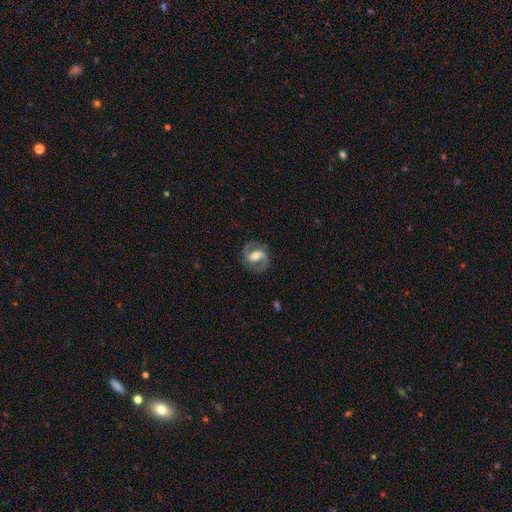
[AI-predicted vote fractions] Smooth or featured? Predicted: featured or disk (p=0.81). Edge-on disk? Predicted: no (p=0.97). Bar? Predicted: weak (p=0.43). Spiral arms? Predicted: yes (p=0.92). Spiral winding? Predicted: medium (p=0.55). Spiral arm count? Predicted: 2 (p=0.91). Bulge size? Predicted: moderate (p=0.62). Merging? Predicted: none (p=0.80).